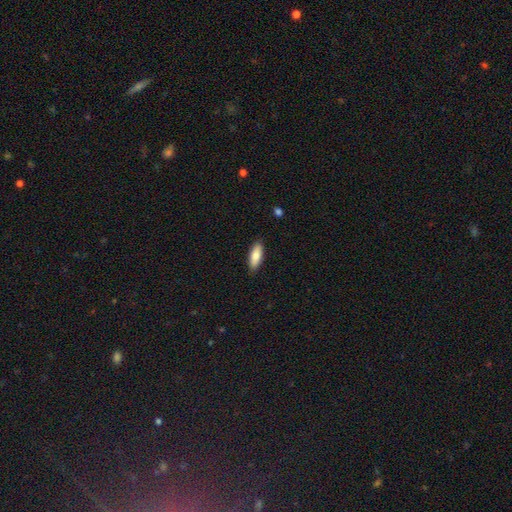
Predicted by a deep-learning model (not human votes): smooth 82%, featured or disk 12%, star or artifact 6%. Down the decision tree: how rounded — in between (64%); merging — none (88%).